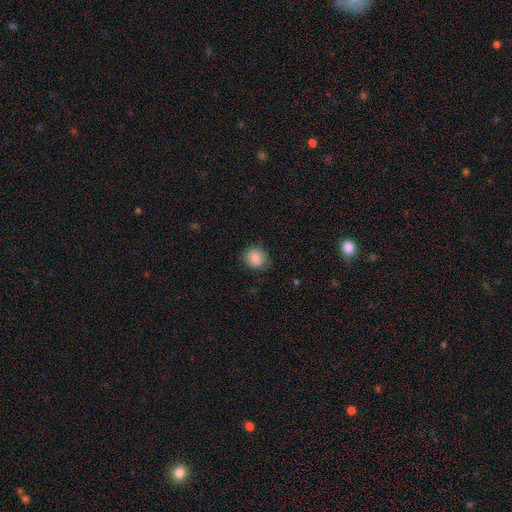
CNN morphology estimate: smooth_or_featured: smooth (p=0.85) [alt: star or artifact p=0.08]
how_rounded: round (p=0.73) [alt: in between p=0.26]
merging: none (p=0.81) [alt: minor disturbance p=0.15]